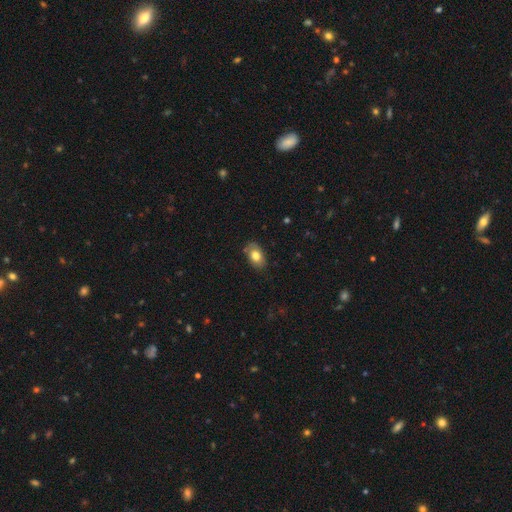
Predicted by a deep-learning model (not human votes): Smooth or featured? smooth (79%)
How rounded? in between (88%)
Merging? none (81%)